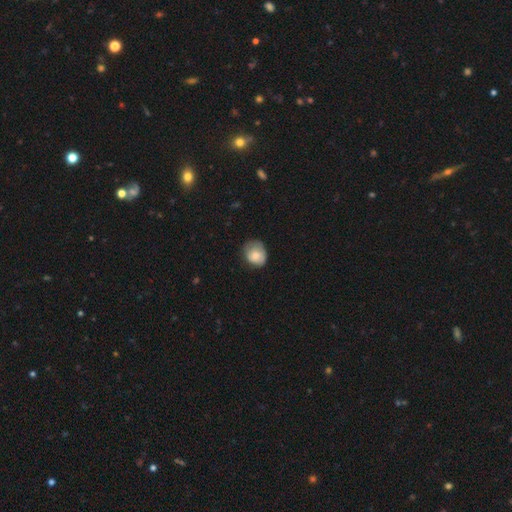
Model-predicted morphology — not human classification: Smooth or featured?
  - smooth: 75% *
  - featured or disk: 17%
  - star or artifact: 8%
How rounded?
  - round: 62% *
  - in between: 37%
  - cigar-shaped: 1%
Merging?
  - none: 55% *
  - minor disturbance: 33%
  - major disturbance: 10%
  - merger: 1%